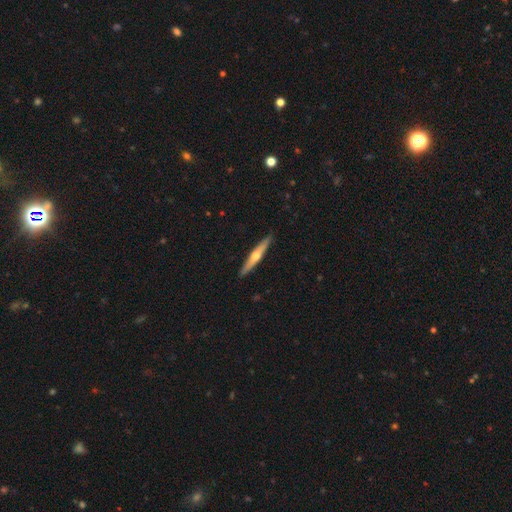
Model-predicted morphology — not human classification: smooth_or_featured: featured or disk (p=0.57) [alt: smooth p=0.38]
disk_edge_on: yes (p=0.95) [alt: no p=0.05]
edge_on_bulge: rounded (p=0.89) [alt: none p=0.09]
merging: none (p=0.91) [alt: minor disturbance p=0.07]